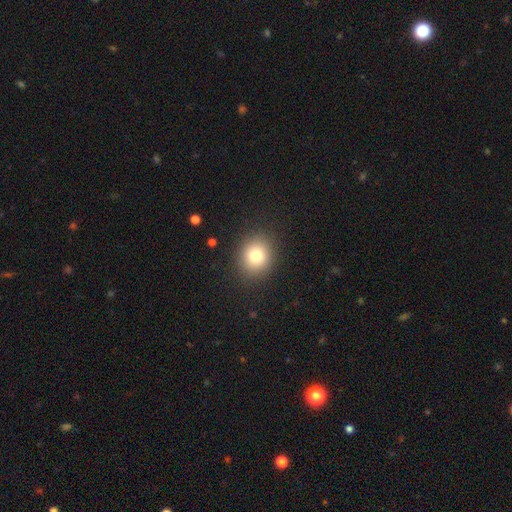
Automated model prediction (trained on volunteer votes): Smooth or featured? Predicted: smooth (p=0.78). How rounded? Predicted: round (p=0.74). Merging? Predicted: none (p=0.89).